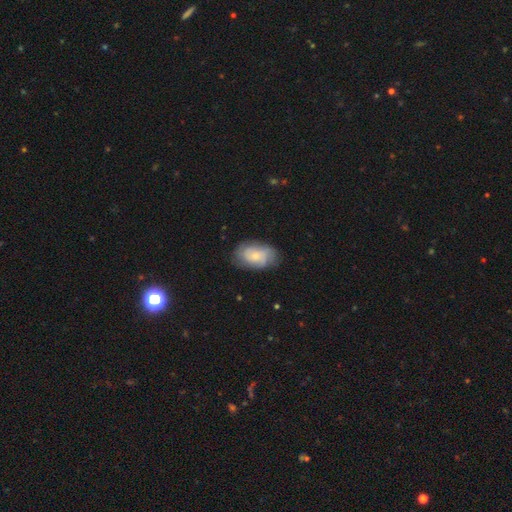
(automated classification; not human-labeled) smooth-or-featured: smooth: 50% | featured or disk: 43% | star or artifact: 7%
  merging: none: 72% | minor disturbance: 20% | major disturbance: 6% | merger: 1%